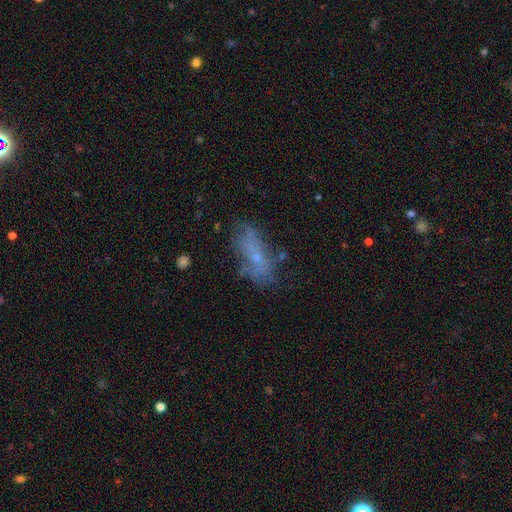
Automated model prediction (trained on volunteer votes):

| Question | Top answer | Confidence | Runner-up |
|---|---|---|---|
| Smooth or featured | featured or disk | 43% | tied: smooth (43%) |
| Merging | none | 52% | minor disturbance (25%) |